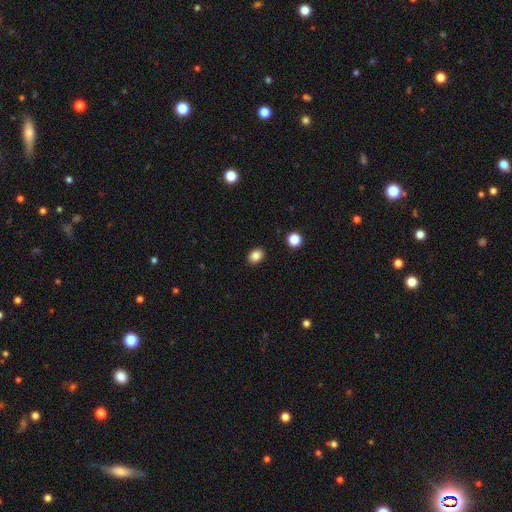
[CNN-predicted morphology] smooth_or_featured: smooth (p=0.85) [alt: star or artifact p=0.10]
how_rounded: in between (p=0.64) [alt: round p=0.35]
merging: none (p=0.90) [alt: minor disturbance p=0.07]